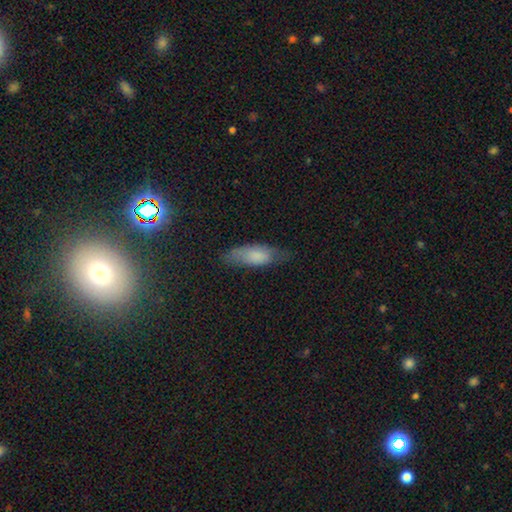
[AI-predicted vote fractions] Smooth or featured: smooth — 74% (featured or disk — 17%)
How rounded: in between — 68% (cigar-shaped — 30%)
Merging: none — 63% (minor disturbance — 27%)